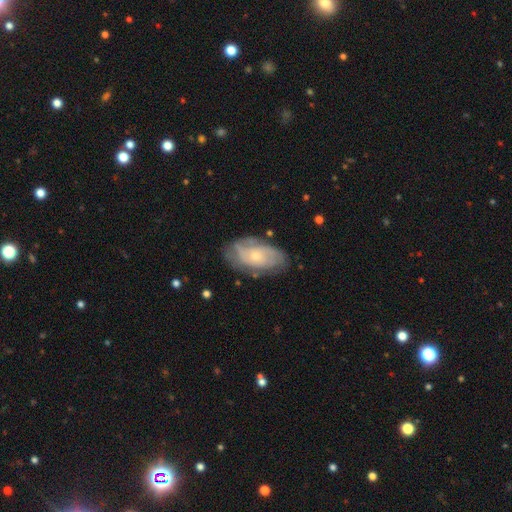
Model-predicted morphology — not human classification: This appears to be a featured or disk galaxy (68%) with no bar (80%), tight (55%) spiral arms (83%) and a small central bulge (66%). Merging: none (70%).